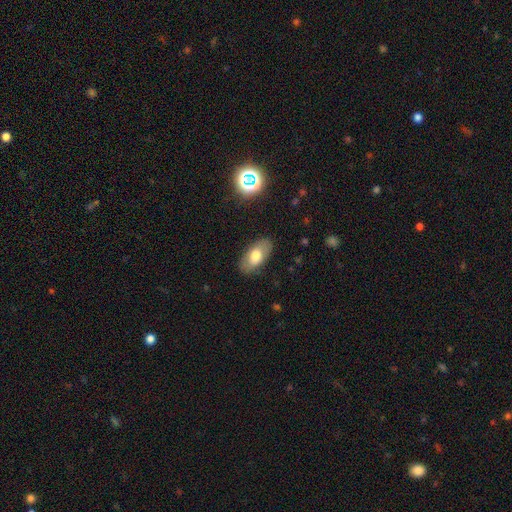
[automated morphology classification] Smooth or featured: smooth — 69% (featured or disk — 23%)
How rounded: in between — 92% (cigar-shaped — 4%)
Merging: none — 84% (minor disturbance — 11%)